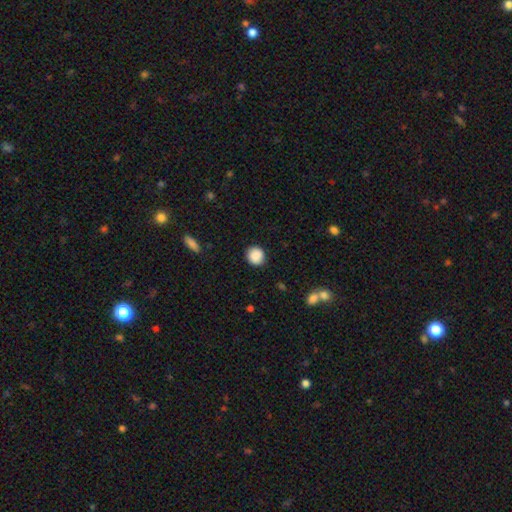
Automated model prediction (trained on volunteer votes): A smooth galaxy with no disk features (89%) that is round (88%). Merging: none (87%).